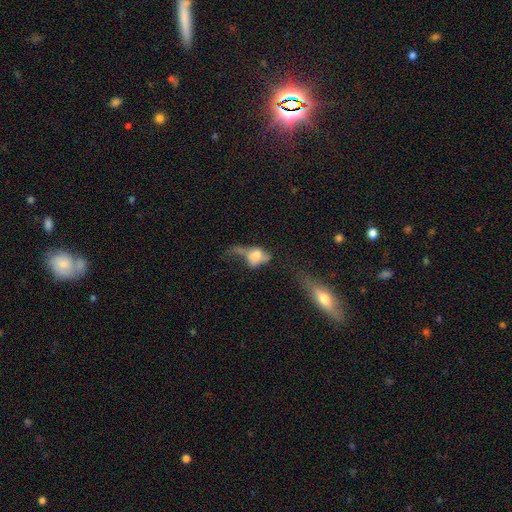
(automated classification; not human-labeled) Smooth or featured? smooth (49%)
Merging? major disturbance (50%)